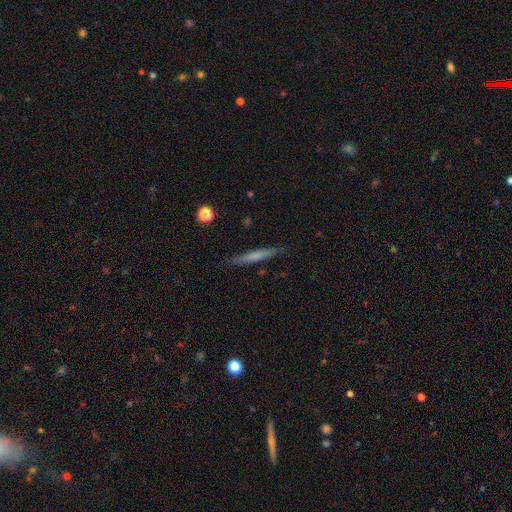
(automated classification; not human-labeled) Morphology: type=smooth (55%); roundness=cigar-shaped (95%); merging=none (88%).